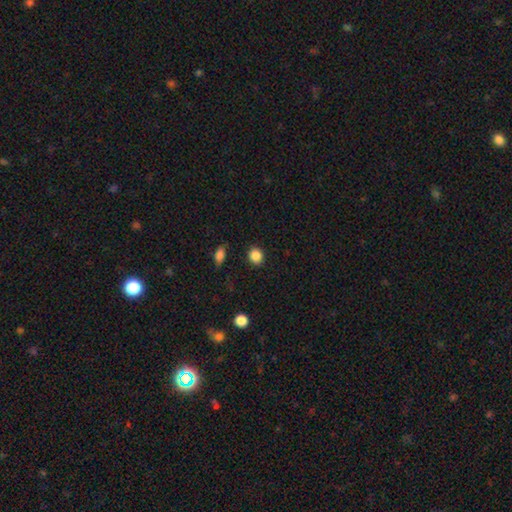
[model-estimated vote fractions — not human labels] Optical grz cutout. It shows a smooth galaxy with no disk features (87%) that is round (76%). Merging: none (89%).